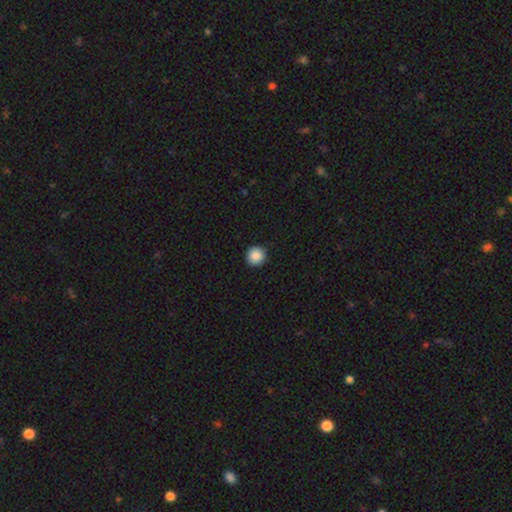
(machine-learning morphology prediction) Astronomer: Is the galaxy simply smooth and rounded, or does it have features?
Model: smooth — 88%.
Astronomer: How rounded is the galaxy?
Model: round — 95%.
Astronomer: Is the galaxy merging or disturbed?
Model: none — 93%.